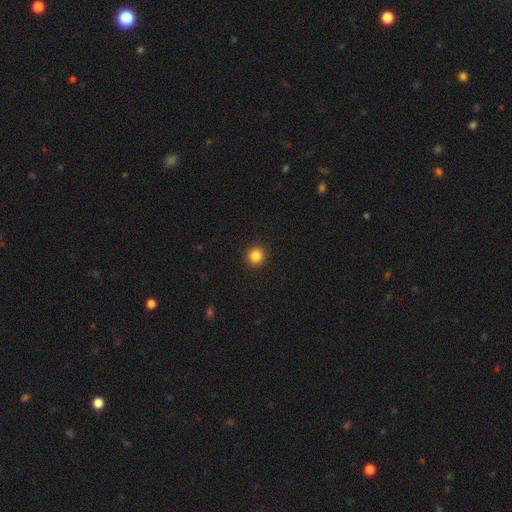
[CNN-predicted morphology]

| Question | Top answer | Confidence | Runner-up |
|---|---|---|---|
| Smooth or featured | smooth | 85% | star or artifact (11%) |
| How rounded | round | 93% | in between (6%) |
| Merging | none | 93% | minor disturbance (4%) |